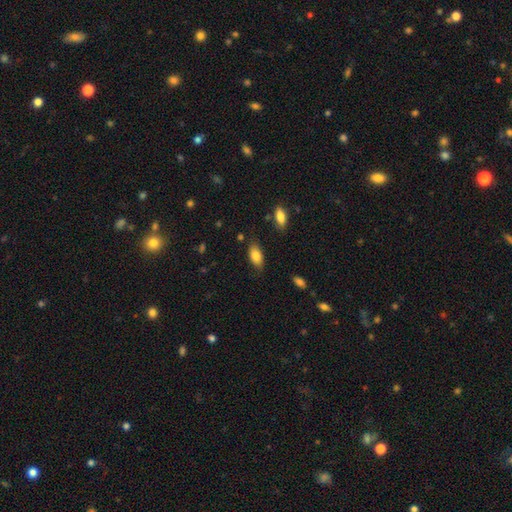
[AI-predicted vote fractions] Smooth or featured: smooth — 83% (featured or disk — 9%)
How rounded: in between — 91% (cigar-shaped — 5%)
Merging: none — 78% (minor disturbance — 17%)